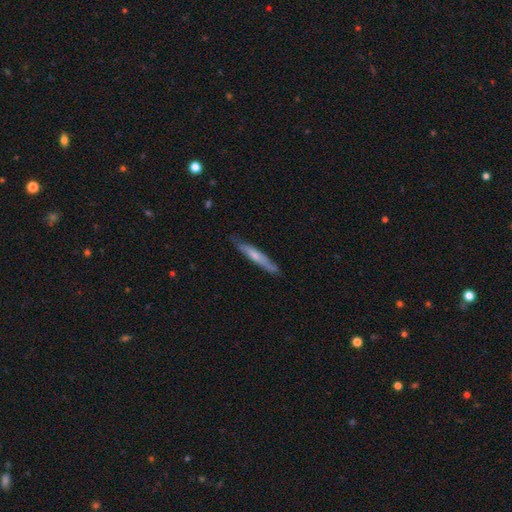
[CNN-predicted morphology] smooth-or-featured: smooth: 50% | featured or disk: 45% | star or artifact: 5%
  merging: none: 78% | minor disturbance: 17% | major disturbance: 3% | merger: 2%